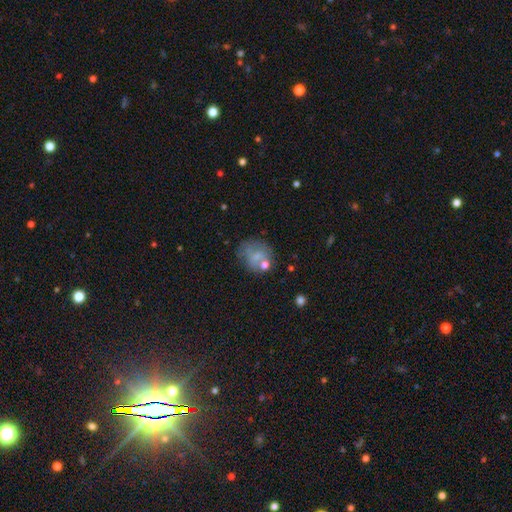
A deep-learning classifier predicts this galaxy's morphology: type=smooth (61%); roundness=round (68%); merging=none (49%).